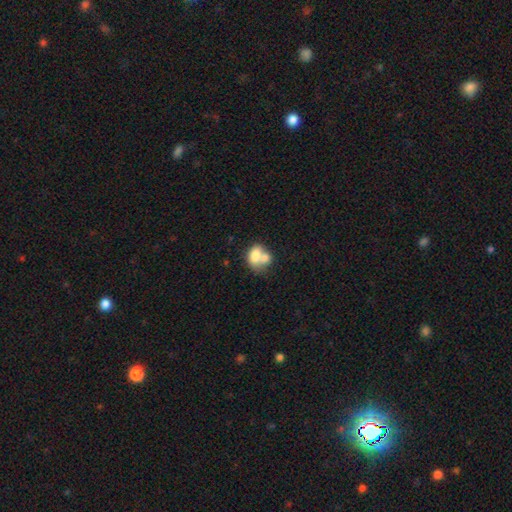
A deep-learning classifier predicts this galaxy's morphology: This is likely a smooth galaxy (72%). How rounded: likely in between (64%). Merging: likely merger (60%).